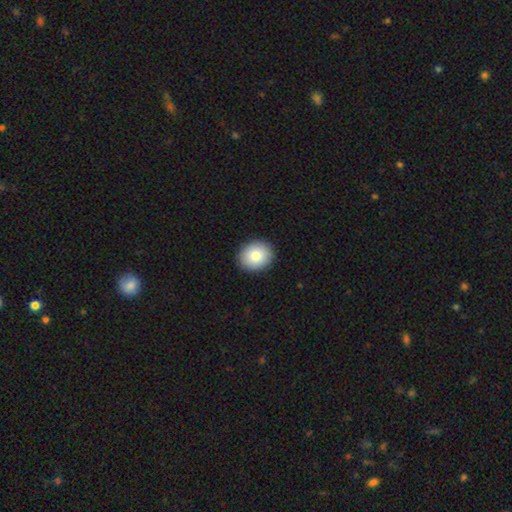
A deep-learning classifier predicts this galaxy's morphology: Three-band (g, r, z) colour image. It shows a smooth galaxy with no disk features (84%) that is round (64%). Merging: none (92%).